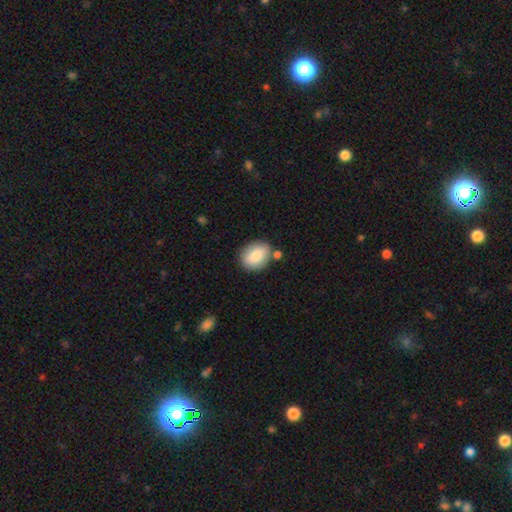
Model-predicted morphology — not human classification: smooth-or-featured: smooth: 83% | featured or disk: 11% | star or artifact: 7%
  how-rounded: in between: 65% | round: 34% | cigar-shaped: 1%
  merging: none: 74% | minor disturbance: 14% | merger: 9% | major disturbance: 3%